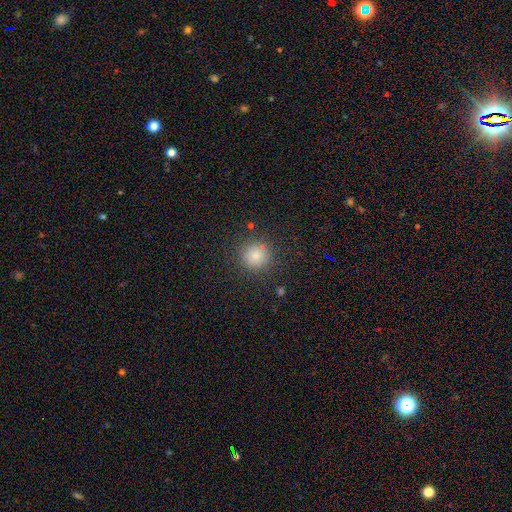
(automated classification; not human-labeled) smooth-or-featured: smooth: 81% | star or artifact: 14% | featured or disk: 5%
  how-rounded: round: 93% | in between: 6% | cigar-shaped: 1%
  merging: none: 86% | minor disturbance: 8% | major disturbance: 4% | merger: 2%